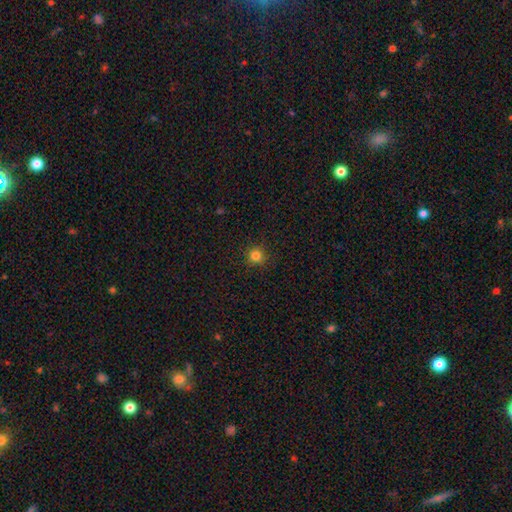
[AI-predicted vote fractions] Smooth or featured?
  - smooth: 81% *
  - star or artifact: 14%
  - featured or disk: 5%
How rounded?
  - round: 94% *
  - in between: 5%
  - cigar-shaped: 1%
Merging?
  - none: 90% *
  - minor disturbance: 7%
  - major disturbance: 2%
  - merger: 1%